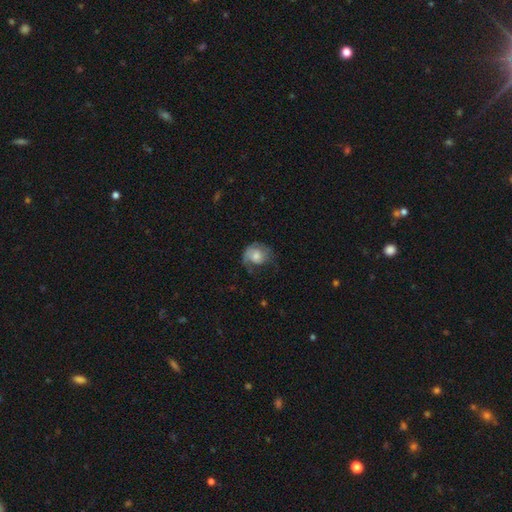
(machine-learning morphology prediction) This appears to be a smooth galaxy with no disk features (53%) that is round (64%). Merging: none (40%).